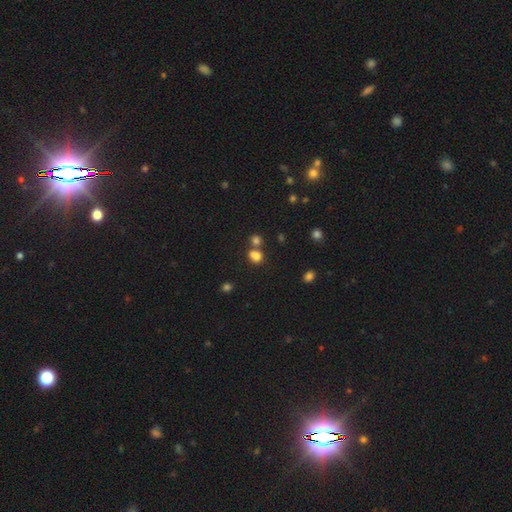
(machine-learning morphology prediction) This is likely a smooth galaxy (78%). How rounded: likely round (60%). Merging: possibly none (47%).